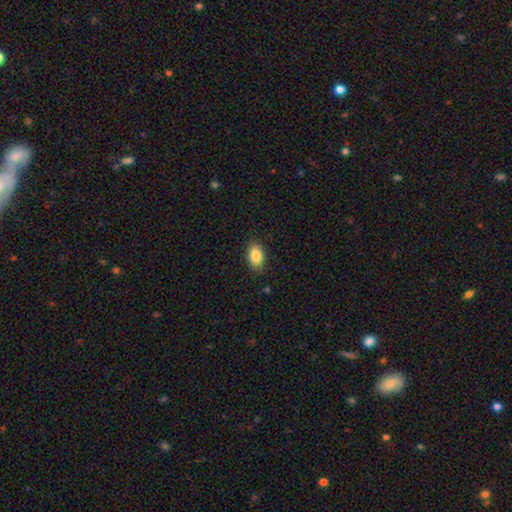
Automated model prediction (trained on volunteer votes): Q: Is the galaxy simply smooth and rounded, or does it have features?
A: smooth — 86%.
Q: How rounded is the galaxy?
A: in between — 89%.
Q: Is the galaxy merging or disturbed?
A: none — 87%.